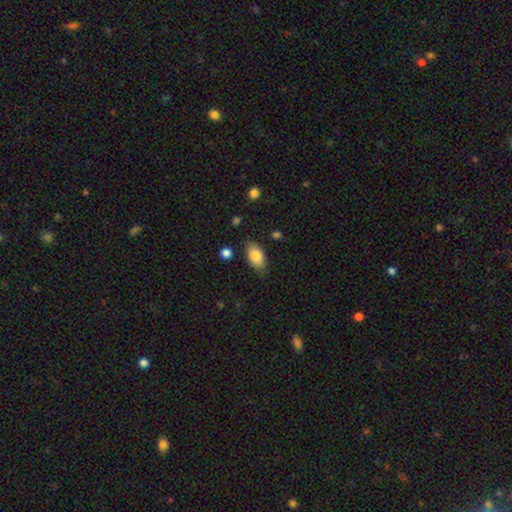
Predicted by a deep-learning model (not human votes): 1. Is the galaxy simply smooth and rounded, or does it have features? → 82% smooth, 12% featured or disk, 7% star or artifact.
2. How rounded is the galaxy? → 92% in between, 5% round, 4% cigar-shaped.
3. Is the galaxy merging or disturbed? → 78% none, 16% minor disturbance, 3% major disturbance, 2% merger.